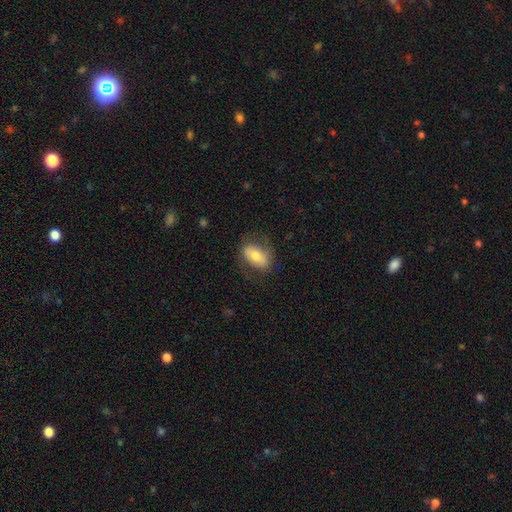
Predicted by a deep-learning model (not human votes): A smooth galaxy with no disk features (55%) that is in between round and cigar-shaped (86%). Merging: none (70%).